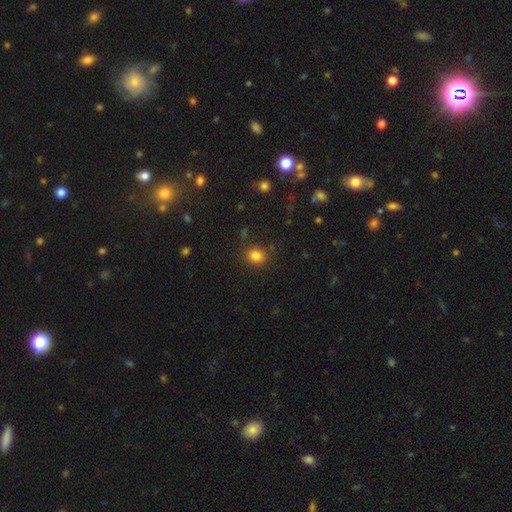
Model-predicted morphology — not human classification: This appears to be a smooth galaxy with no disk features (83%) that is round (80%). Merging: none (86%).